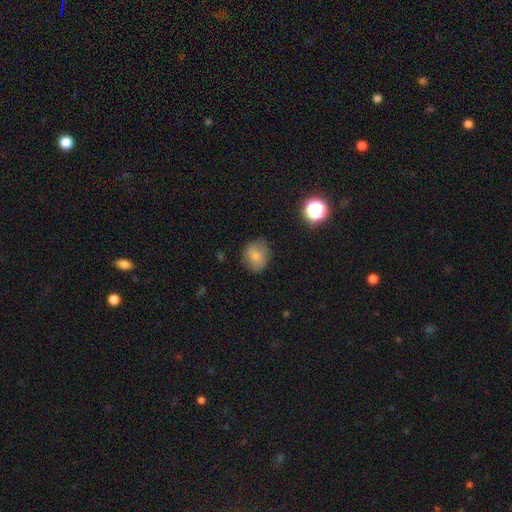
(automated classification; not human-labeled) This is likely a smooth galaxy (77%). How rounded: likely round (66%). Merging: likely none (75%).